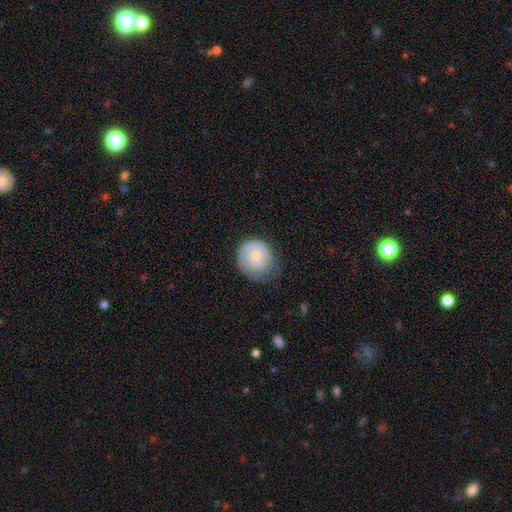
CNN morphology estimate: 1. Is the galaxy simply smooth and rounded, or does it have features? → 68% smooth, 26% featured or disk, 7% star or artifact.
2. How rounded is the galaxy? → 75% round, 24% in between, 1% cigar-shaped.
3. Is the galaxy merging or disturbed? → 42% none, 38% minor disturbance, 19% major disturbance, 1% merger.